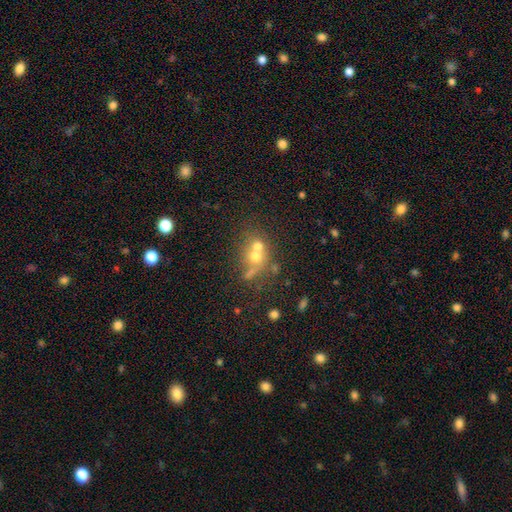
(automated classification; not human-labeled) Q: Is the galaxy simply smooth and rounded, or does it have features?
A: smooth — 49%.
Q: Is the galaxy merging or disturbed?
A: merger — 47%.